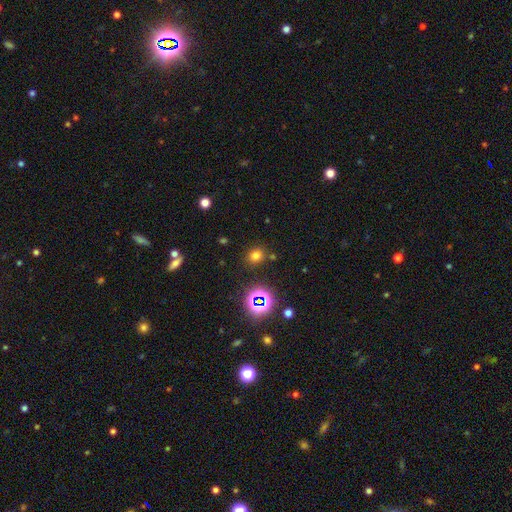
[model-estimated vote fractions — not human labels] Q: Smooth or featured?
A: smooth (69%); runner-up: star or artifact (25%)
Q: How rounded?
A: round (72%); runner-up: in between (27%)
Q: Merging?
A: none (82%); runner-up: minor disturbance (9%)